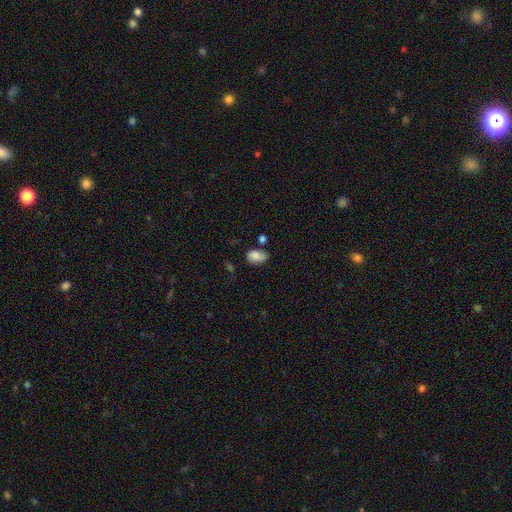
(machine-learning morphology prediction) Smooth or featured? Predicted: smooth (p=0.83). How rounded? Predicted: in between (p=0.88). Merging? Predicted: none (p=0.53).